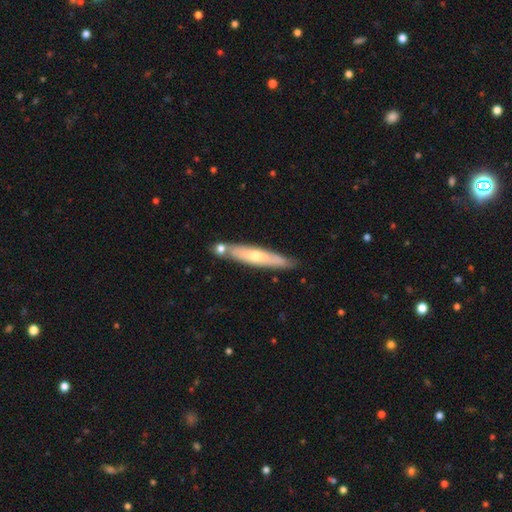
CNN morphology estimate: featured or disk 48%, smooth 46%, star or artifact 6%. Down the decision tree: merging — none (73%).